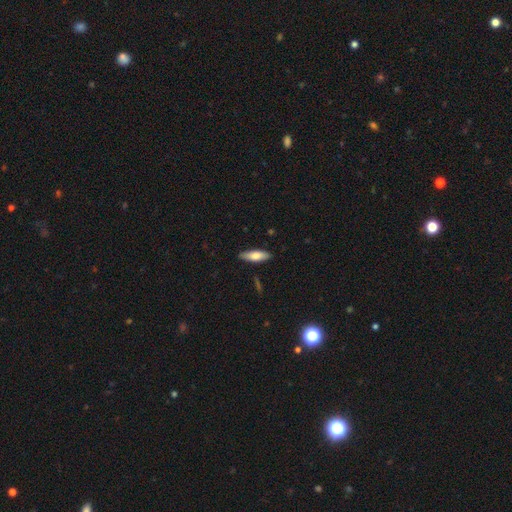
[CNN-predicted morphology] smooth 72%, featured or disk 22%, star or artifact 6%. Down the decision tree: how rounded — in between (53%); merging — none (86%).